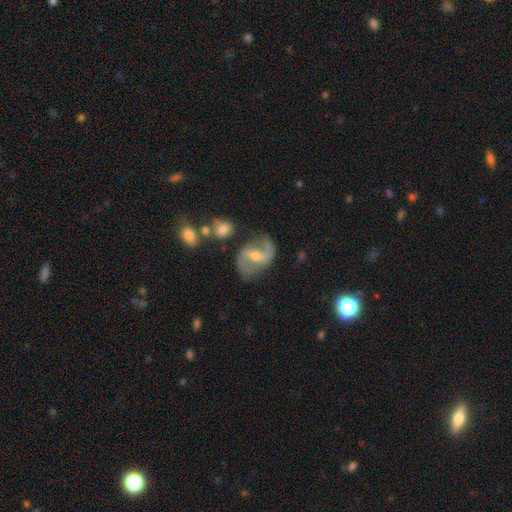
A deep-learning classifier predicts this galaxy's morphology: A featured or disk galaxy (83%) with a weak bar (42%), 2 (91%) loose (50%) spiral arms (93%) and a small central bulge (53%).

Vote fractions:
- Smooth or featured? featured or disk: 83% / smooth: 11% / star or artifact: 6%
- Edge-on disk? no: 97% / yes: 3%
- Bar? weak: 42% / strong: 37% / no: 21%
- Spiral arms? yes: 93% / no: 7%
- Spiral winding? loose: 50% / medium: 40% / tight: 10%
- Spiral arm count? 2: 91% / can't tell: 4% / 1: 3% / 3: 1% / 4: 1% / more than 4: 1%
- Bulge size? small: 53% / moderate: 42% / none: 2% / large: 2% / dominant: 1%
- Merging? none: 73% / minor disturbance: 16% / major disturbance: 7% / merger: 4%